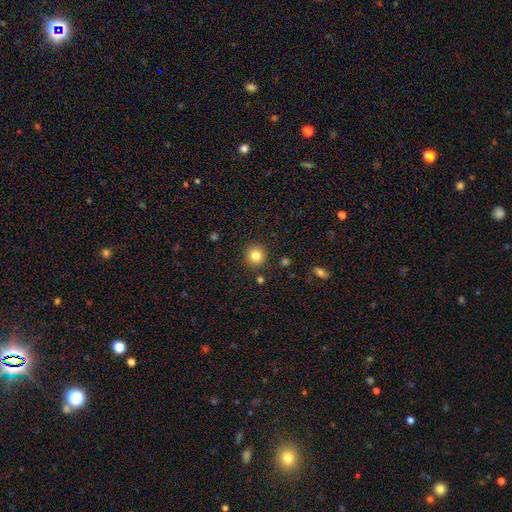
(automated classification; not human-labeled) This appears to be a smooth galaxy with no disk features (83%) that is round (94%). Merging: none (90%).